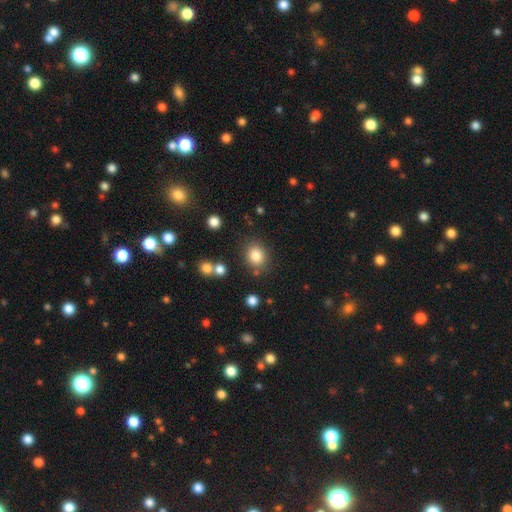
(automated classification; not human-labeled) This is clearly a smooth galaxy (83%). How rounded: likely round (67%). Merging: likely none (79%).